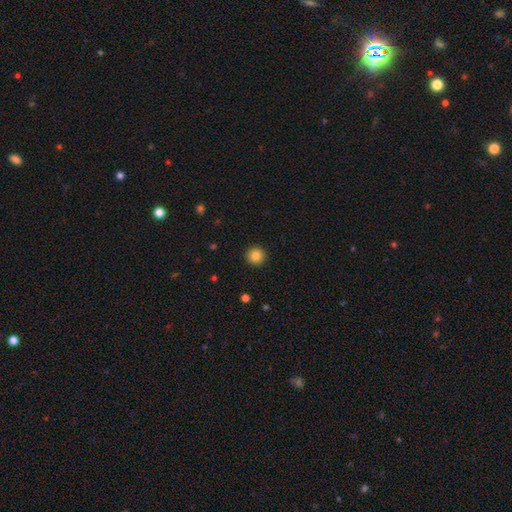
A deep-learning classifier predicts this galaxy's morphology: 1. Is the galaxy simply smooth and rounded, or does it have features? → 85% smooth, 10% star or artifact, 5% featured or disk.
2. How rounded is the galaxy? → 95% round, 4% in between, 1% cigar-shaped.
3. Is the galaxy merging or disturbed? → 93% none, 5% minor disturbance, 2% major disturbance, 1% merger.